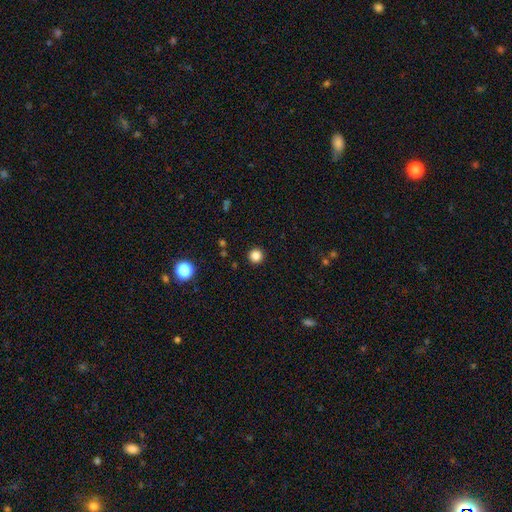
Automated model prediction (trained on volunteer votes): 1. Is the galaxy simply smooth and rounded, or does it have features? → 85% smooth, 12% star or artifact, 3% featured or disk.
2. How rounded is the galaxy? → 96% round, 3% in between, 1% cigar-shaped.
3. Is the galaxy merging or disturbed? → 93% none, 4% minor disturbance, 2% major disturbance, 1% merger.